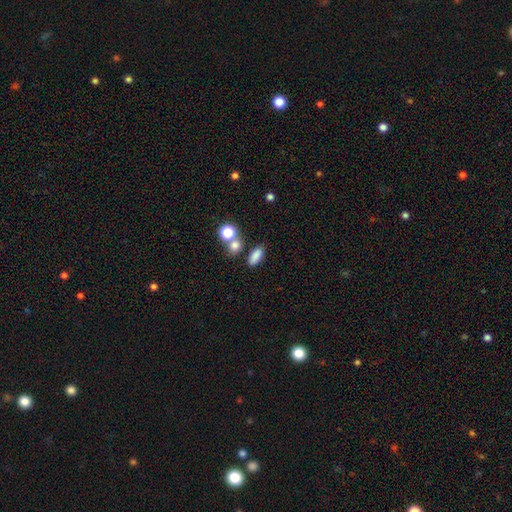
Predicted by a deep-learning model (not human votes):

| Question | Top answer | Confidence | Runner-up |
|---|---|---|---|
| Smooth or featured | smooth | 83% | star or artifact (11%) |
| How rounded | in between | 78% | cigar-shaped (11%) |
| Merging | none | 71% | merger (14%) |